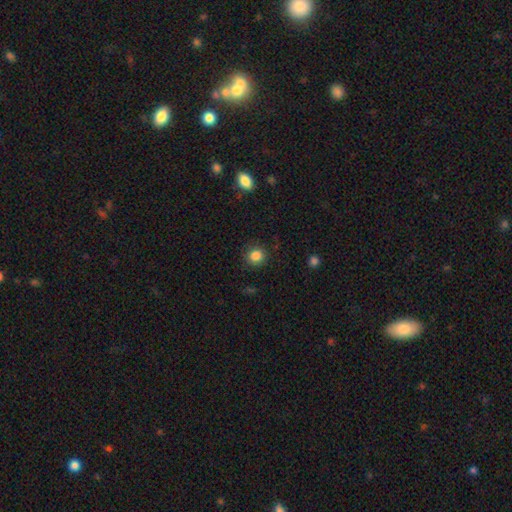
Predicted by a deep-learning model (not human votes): Q: Smooth or featured?
A: smooth (85%); runner-up: star or artifact (11%)
Q: How rounded?
A: round (90%); runner-up: in between (9%)
Q: Merging?
A: none (89%); runner-up: minor disturbance (7%)